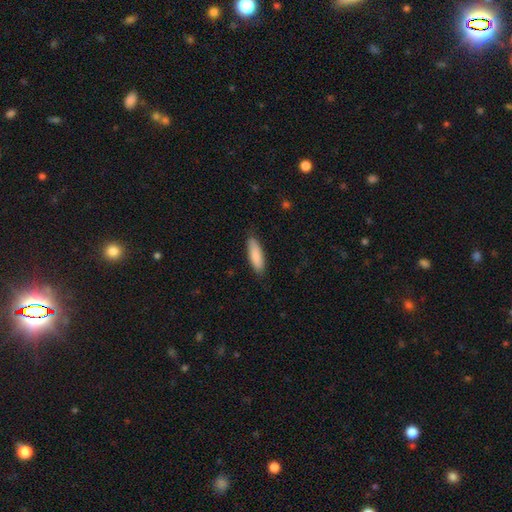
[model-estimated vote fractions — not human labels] The model was most divided on "how rounded": cigar-shaped: 52%, in between: 47%, round: 1%. More confident: smooth or featured — smooth (87%); merging — none (84%).